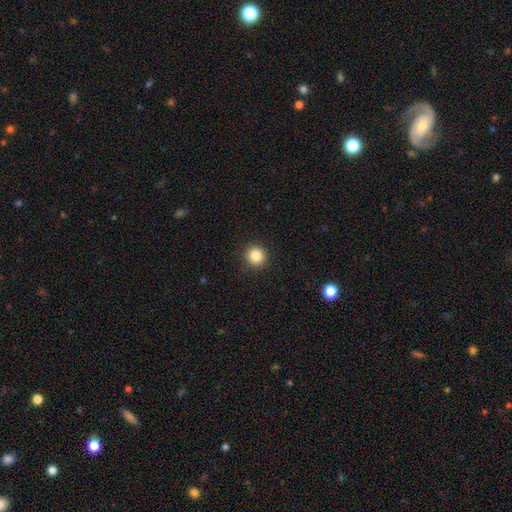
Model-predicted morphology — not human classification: This appears to be a smooth galaxy with no disk features (84%) that is round (94%). Merging: none (92%).